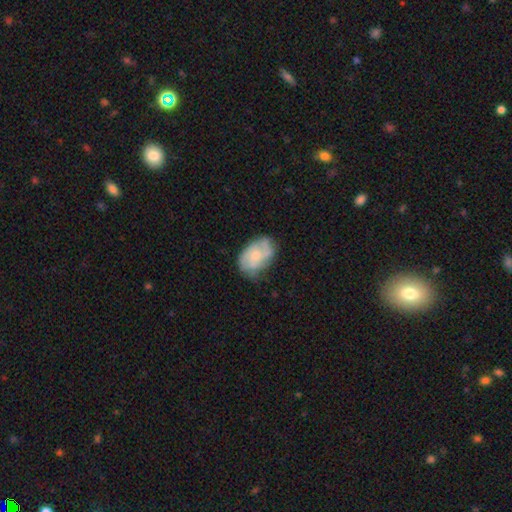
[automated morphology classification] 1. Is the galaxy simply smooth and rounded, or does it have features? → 56% featured or disk, 38% smooth, 7% star or artifact.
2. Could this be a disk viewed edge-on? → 97% no, 3% yes.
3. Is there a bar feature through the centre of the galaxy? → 72% no, 24% weak, 4% strong.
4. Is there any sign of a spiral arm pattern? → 75% yes, 25% no.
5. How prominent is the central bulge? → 49% small, 38% moderate, 9% none, 3% large, 1% dominant.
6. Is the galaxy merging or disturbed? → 59% none, 28% minor disturbance, 11% major disturbance, 2% merger.